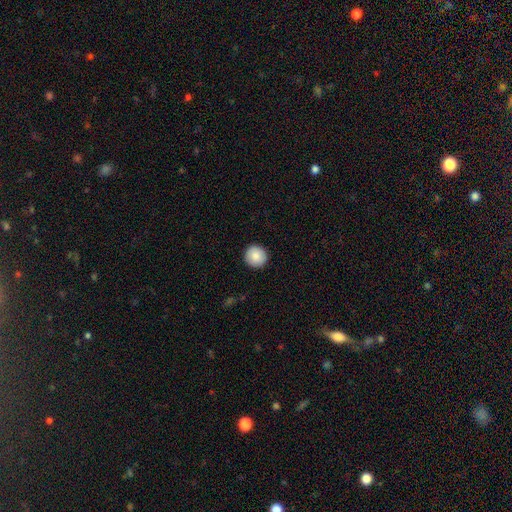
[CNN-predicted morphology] Overall: smooth (87%). How rounded: round (94%). Merging: none (92%).